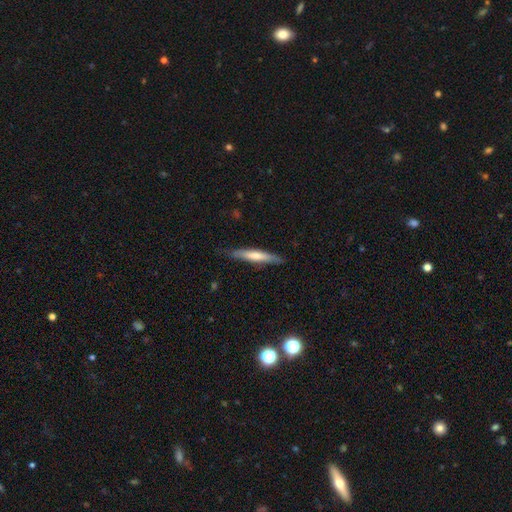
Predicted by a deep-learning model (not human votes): smooth-or-featured: smooth: 57% | featured or disk: 38% | star or artifact: 5%
  how-rounded: cigar-shaped: 91% | in between: 8% | round: 1%
  merging: none: 81% | minor disturbance: 16% | major disturbance: 3% | merger: 1%